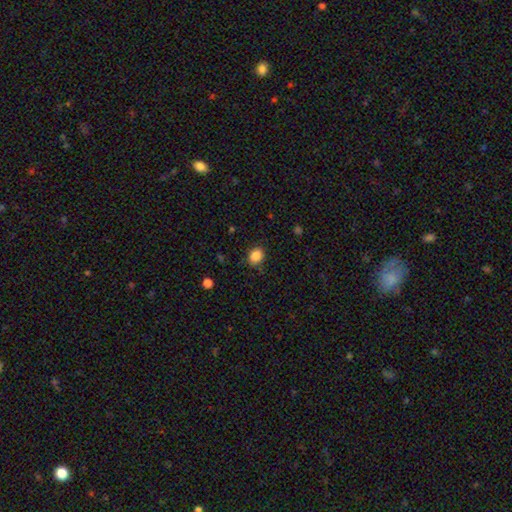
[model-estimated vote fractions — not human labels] smooth_or_featured: smooth (p=0.86) [alt: star or artifact p=0.10]
how_rounded: in between (p=0.55) [alt: round p=0.44]
merging: none (p=0.80) [alt: minor disturbance p=0.15]